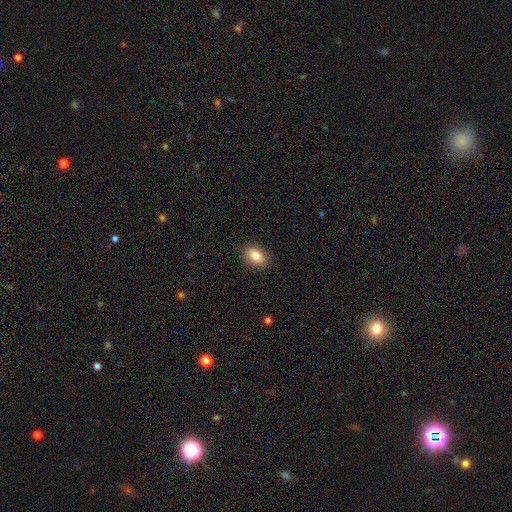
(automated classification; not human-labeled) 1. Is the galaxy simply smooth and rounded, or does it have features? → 83% smooth, 9% featured or disk, 8% star or artifact.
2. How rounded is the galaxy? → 83% in between, 16% round, 1% cigar-shaped.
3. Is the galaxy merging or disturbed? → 88% none, 9% minor disturbance, 2% major disturbance, 1% merger.